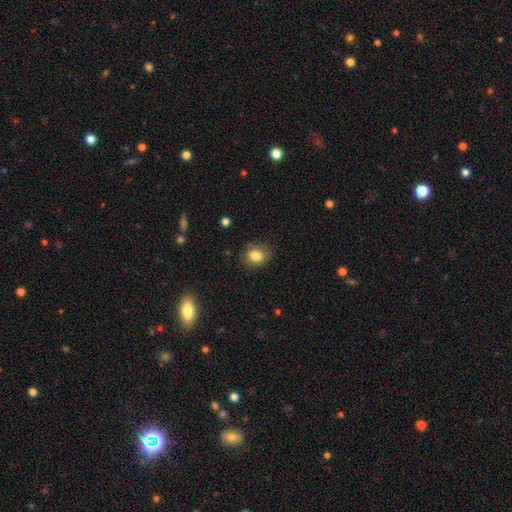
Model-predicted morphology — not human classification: This appears to be a smooth galaxy with no disk features (82%) that is round (53%). Merging: none (77%).